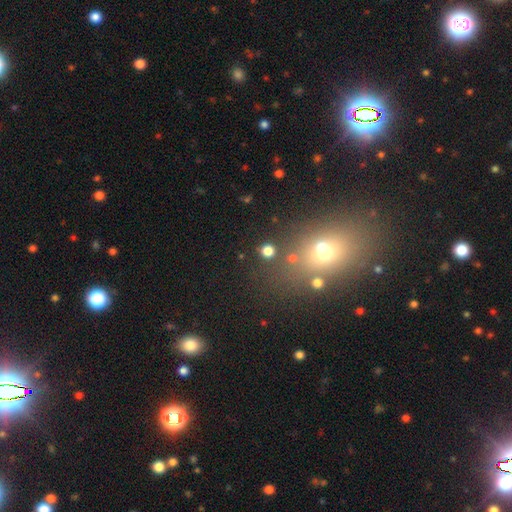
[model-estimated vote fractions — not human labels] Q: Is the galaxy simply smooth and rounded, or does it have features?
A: smooth — 50%.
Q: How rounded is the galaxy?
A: in between — 62%.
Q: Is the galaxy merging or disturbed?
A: none — 80%.